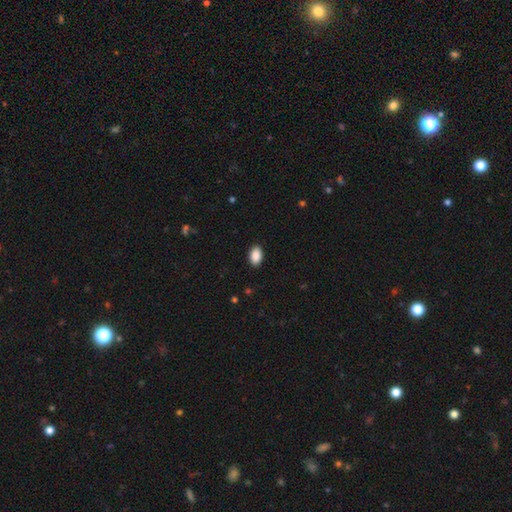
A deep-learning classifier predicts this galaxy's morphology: smooth_or_featured: smooth (p=0.90) [alt: star or artifact p=0.07]
how_rounded: in between (p=0.92) [alt: round p=0.06]
merging: none (p=0.90) [alt: minor disturbance p=0.07]